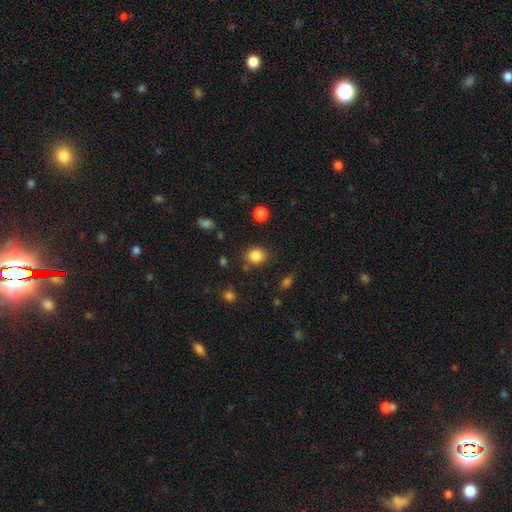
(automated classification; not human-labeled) Smooth or featured: smooth — 84% (star or artifact — 10%)
How rounded: round — 65% (in between — 34%)
Merging: none — 81% (minor disturbance — 12%)